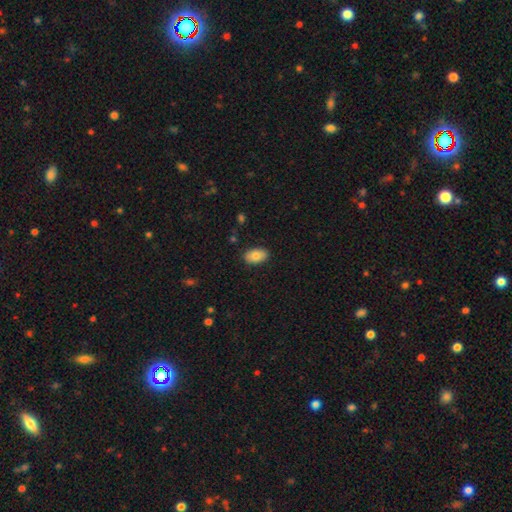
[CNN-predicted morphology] smooth-or-featured: smooth: 82% | featured or disk: 10% | star or artifact: 7%
  how-rounded: in between: 93% | round: 6% | cigar-shaped: 1%
  merging: none: 87% | minor disturbance: 10% | major disturbance: 2% | merger: 1%